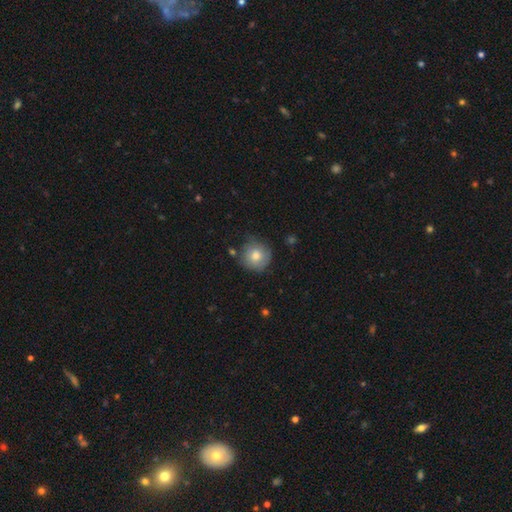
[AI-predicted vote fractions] Smooth or featured?
  - smooth: 75% *
  - featured or disk: 16%
  - star or artifact: 8%
How rounded?
  - round: 93% *
  - in between: 6%
  - cigar-shaped: 1%
Merging?
  - none: 70% *
  - minor disturbance: 22%
  - major disturbance: 5%
  - merger: 3%